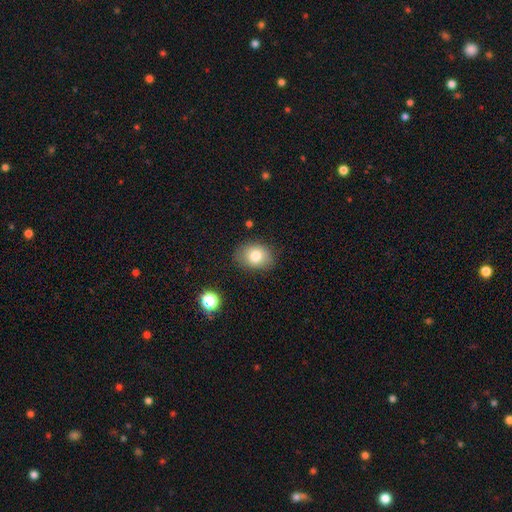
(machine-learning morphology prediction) This appears to be a smooth galaxy with no disk features (81%) that is in between round and cigar-shaped (60%). Merging: none (82%).